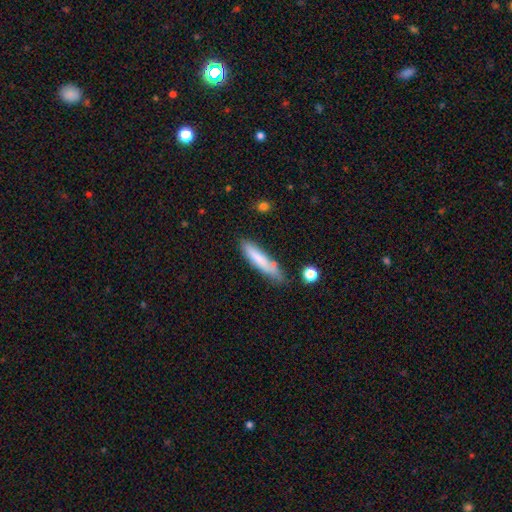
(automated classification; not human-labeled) A smooth galaxy with no disk features (74%) that is cigar-shaped (85%). Merging: none (68%).